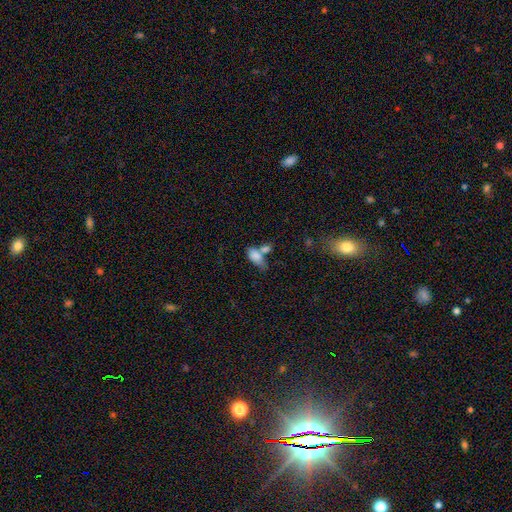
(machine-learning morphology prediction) Smooth or featured: smooth — 79% (featured or disk — 13%)
How rounded: in between — 85% (cigar-shaped — 11%)
Merging: merger — 48% (none — 27%)